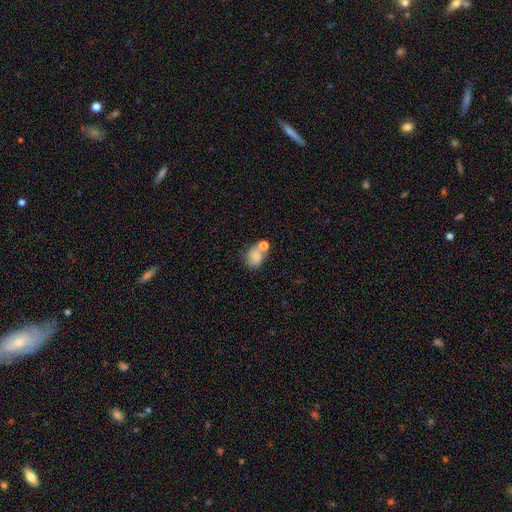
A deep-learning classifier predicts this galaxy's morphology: Smooth or featured: smooth — 73% (featured or disk — 17%)
How rounded: round — 53% (in between — 46%)
Merging: merger — 40% (none — 36%)